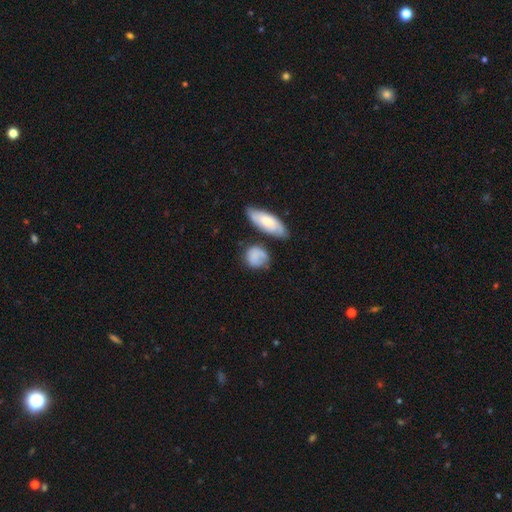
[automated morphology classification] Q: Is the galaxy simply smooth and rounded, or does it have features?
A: smooth — 74%.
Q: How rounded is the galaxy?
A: round — 65%.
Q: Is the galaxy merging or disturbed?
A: none — 54%.